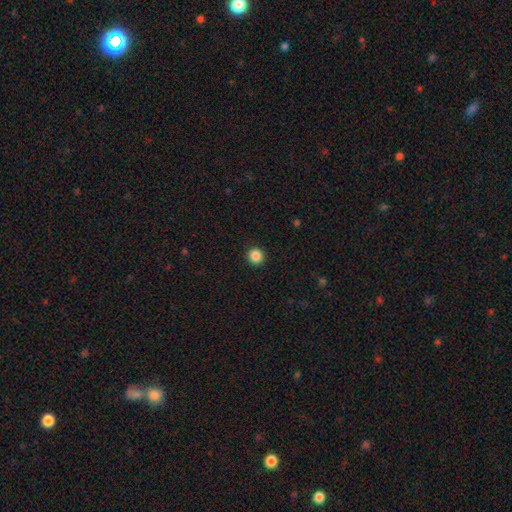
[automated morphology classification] A smooth galaxy with no disk features (87%) that is round (95%).

Vote fractions:
- Smooth or featured? smooth: 87% / star or artifact: 10% / featured or disk: 3%
- How rounded? round: 95% / in between: 4% / cigar-shaped: 1%
- Merging? none: 93% / minor disturbance: 4% / major disturbance: 2% / merger: 1%